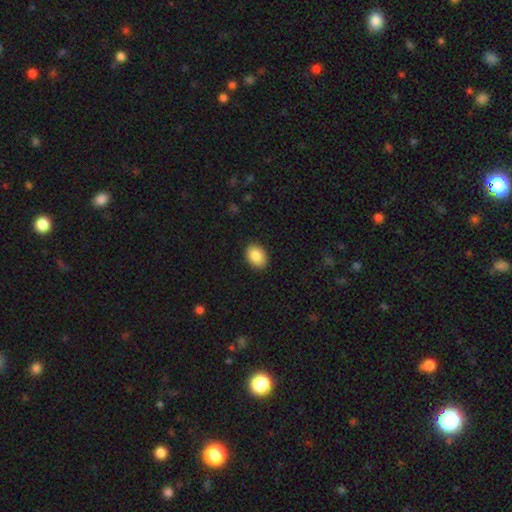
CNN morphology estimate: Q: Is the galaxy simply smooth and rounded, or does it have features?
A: smooth — 86%.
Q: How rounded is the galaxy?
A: in between — 76%.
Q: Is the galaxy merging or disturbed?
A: none — 89%.